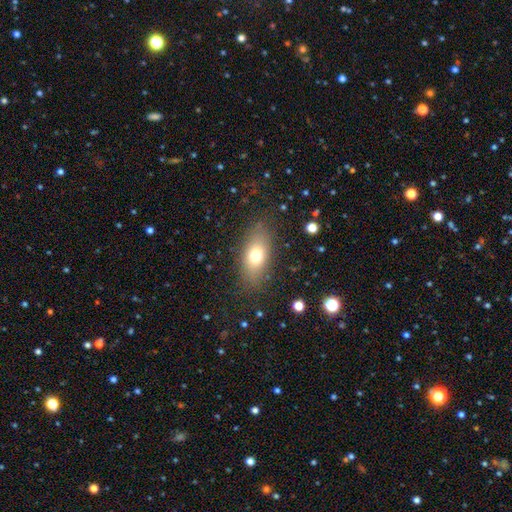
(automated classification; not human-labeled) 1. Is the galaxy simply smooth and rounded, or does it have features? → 72% smooth, 18% featured or disk, 10% star or artifact.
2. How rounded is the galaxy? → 82% in between, 9% cigar-shaped, 9% round.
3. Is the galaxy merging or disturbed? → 81% none, 12% minor disturbance, 5% major disturbance, 1% merger.